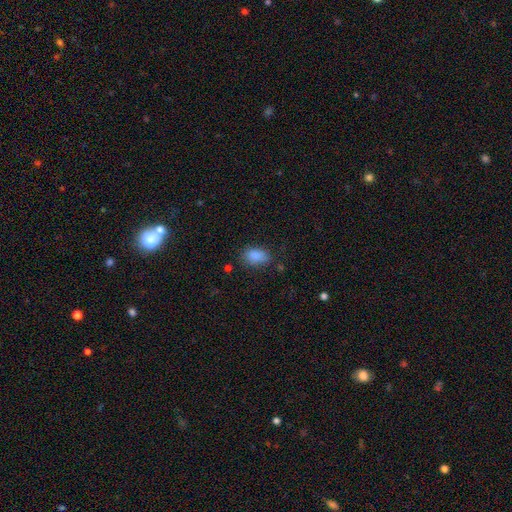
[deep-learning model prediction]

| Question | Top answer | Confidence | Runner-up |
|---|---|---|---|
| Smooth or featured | smooth | 86% | star or artifact (9%) |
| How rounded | in between | 87% | round (11%) |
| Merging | none | 70% | minor disturbance (22%) |